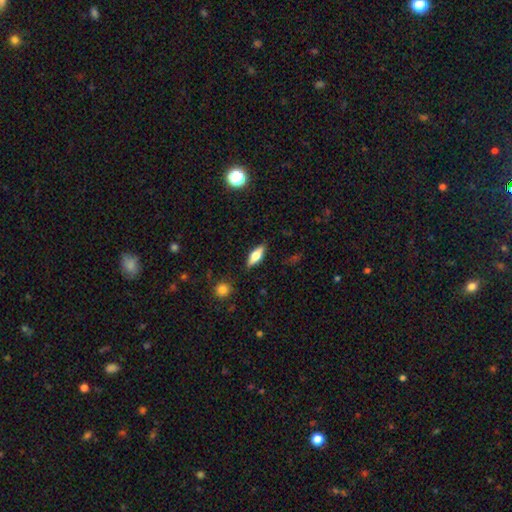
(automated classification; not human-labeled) Smooth or featured?
  - smooth: 57% *
  - featured or disk: 36%
  - star or artifact: 8%
How rounded?
  - in between: 62% *
  - cigar-shaped: 34%
  - round: 3%
Merging?
  - none: 87% *
  - minor disturbance: 10%
  - major disturbance: 2%
  - merger: 1%